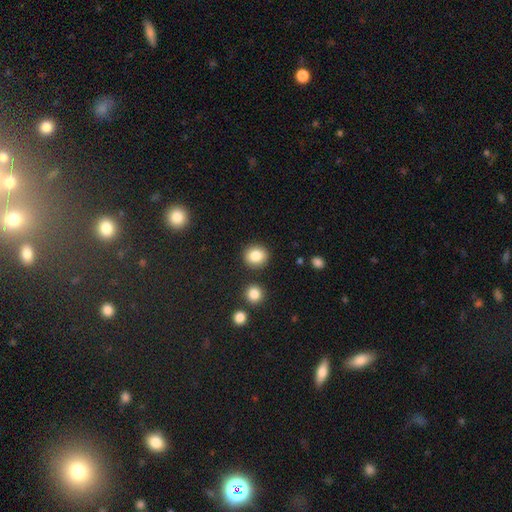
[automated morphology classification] Smooth or featured? smooth (84%)
How rounded? round (86%)
Merging? none (88%)